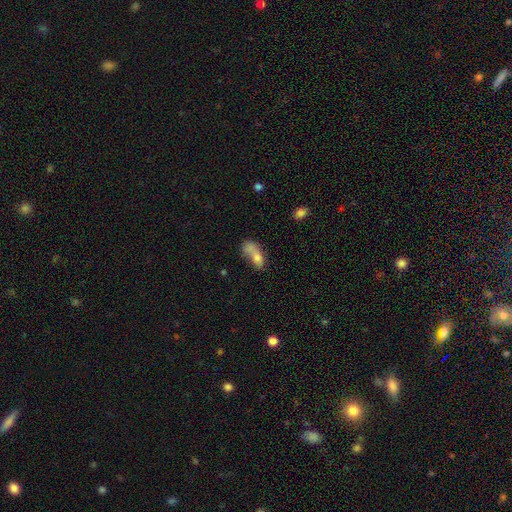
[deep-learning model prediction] A smooth galaxy with no disk features (70%) that is in between round and cigar-shaped (76%).

Vote fractions:
- Smooth or featured? smooth: 70% / featured or disk: 20% / star or artifact: 10%
- How rounded? in between: 76% / round: 12% / cigar-shaped: 12%
- Merging? merger: 55% / none: 20% / major disturbance: 13% / minor disturbance: 12%